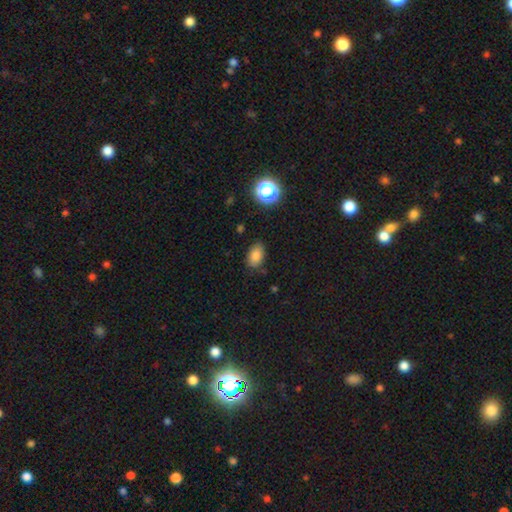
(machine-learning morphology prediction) type=smooth (82%); roundness=in between (87%); merging=none (80%).